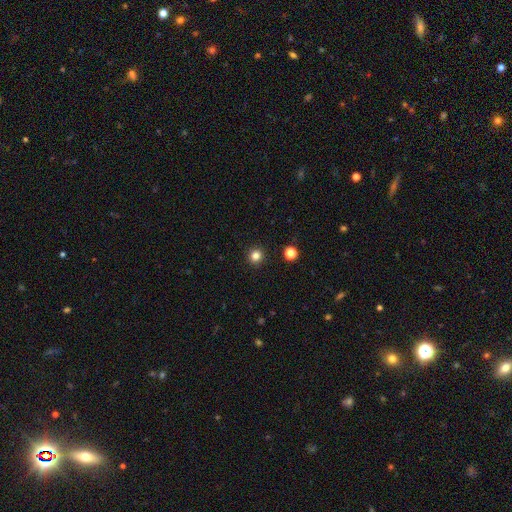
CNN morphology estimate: Smooth or featured?
  - smooth: 82% *
  - star or artifact: 13%
  - featured or disk: 5%
How rounded?
  - round: 94% *
  - in between: 5%
  - cigar-shaped: 1%
Merging?
  - none: 93% *
  - minor disturbance: 4%
  - major disturbance: 1%
  - merger: 1%